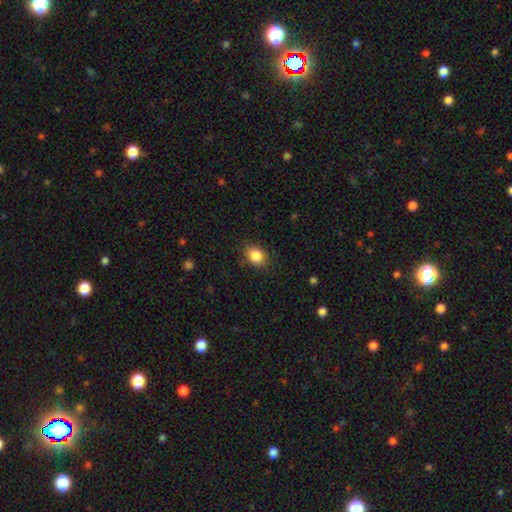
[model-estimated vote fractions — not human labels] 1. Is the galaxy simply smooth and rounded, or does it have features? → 86% smooth, 9% star or artifact, 5% featured or disk.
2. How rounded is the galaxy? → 54% in between, 45% round, 1% cigar-shaped.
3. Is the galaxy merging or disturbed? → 82% none, 13% minor disturbance, 3% major disturbance, 1% merger.